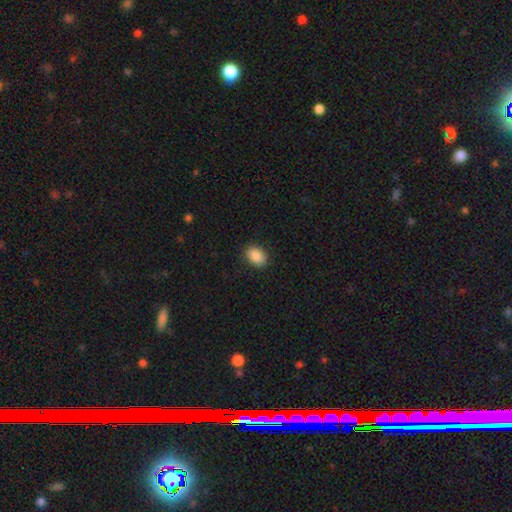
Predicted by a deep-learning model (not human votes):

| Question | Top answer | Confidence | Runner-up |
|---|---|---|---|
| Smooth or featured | smooth | 88% | star or artifact (8%) |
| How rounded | in between | 78% | round (21%) |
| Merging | none | 86% | minor disturbance (11%) |